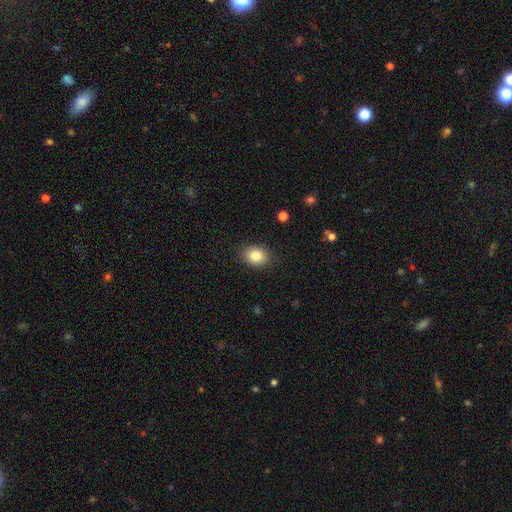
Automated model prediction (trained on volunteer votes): smooth 85%, star or artifact 9%, featured or disk 6%. Down the decision tree: how rounded — in between (60%); merging — none (87%).